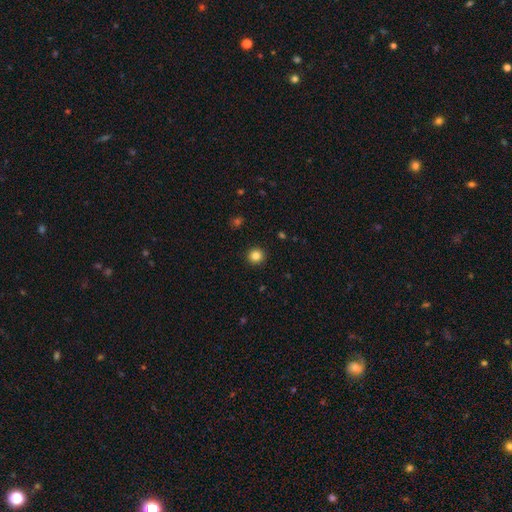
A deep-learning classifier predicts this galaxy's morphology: Smooth or featured: smooth — 84% (star or artifact — 11%)
How rounded: round — 93% (in between — 6%)
Merging: none — 92% (minor disturbance — 5%)